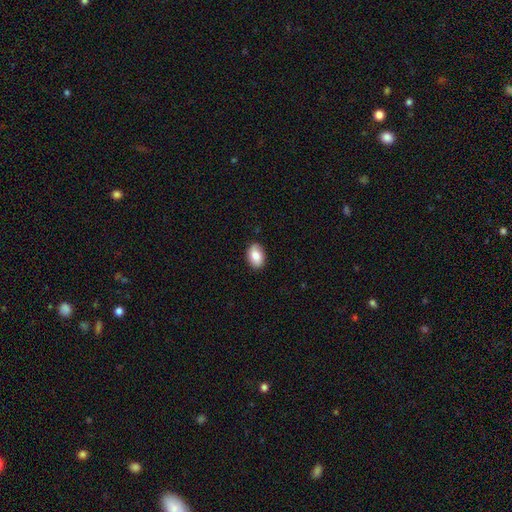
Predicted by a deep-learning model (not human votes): This appears to be a smooth galaxy with no disk features (83%) that is in between round and cigar-shaped (88%). Merging: none (88%).